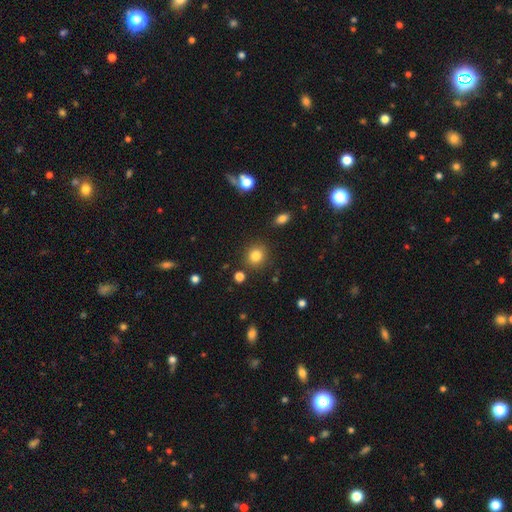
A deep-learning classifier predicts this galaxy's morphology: type=smooth (83%); roundness=round (83%); merging=none (87%).